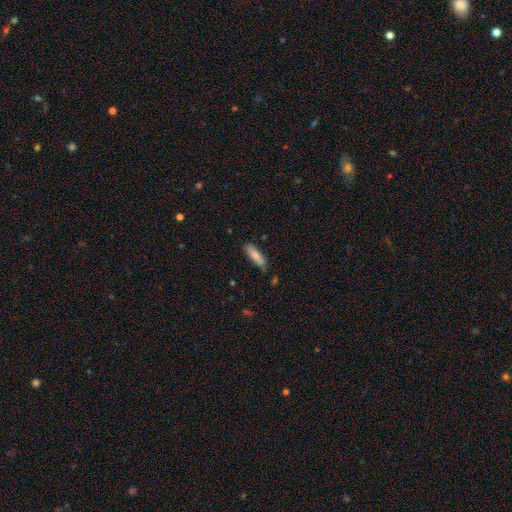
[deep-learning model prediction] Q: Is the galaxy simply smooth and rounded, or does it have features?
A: smooth — 80%.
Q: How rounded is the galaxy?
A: cigar-shaped — 57%.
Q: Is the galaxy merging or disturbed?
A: none — 78%.